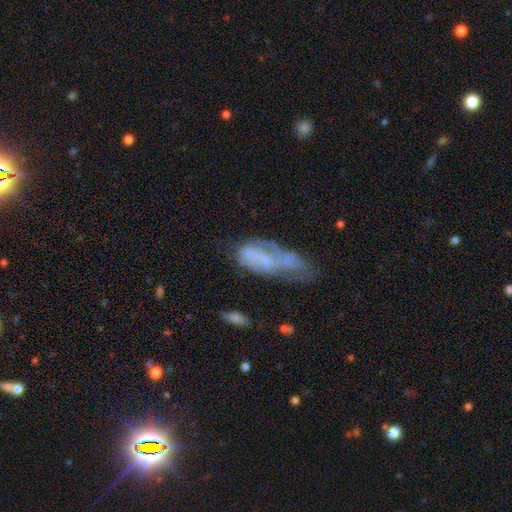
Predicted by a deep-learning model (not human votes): A featured or disk galaxy (45%).

Vote fractions:
- Smooth or featured? featured or disk: 45% / smooth: 43% / star or artifact: 12%
- Merging? major disturbance: 29% (tied) / none: 29% (tied) / minor disturbance: 26% / merger: 15%